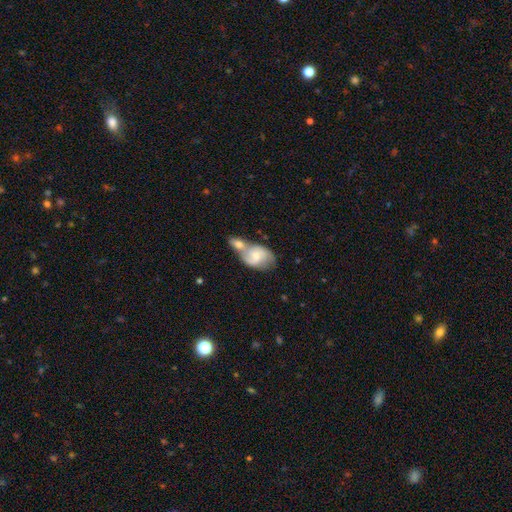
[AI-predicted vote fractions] Morphology: type=featured or disk (57%); edge-on=no (97%); bar=no (54%); spiral arms=yes (83%); bulge=small (45%); merging=merger (65%).